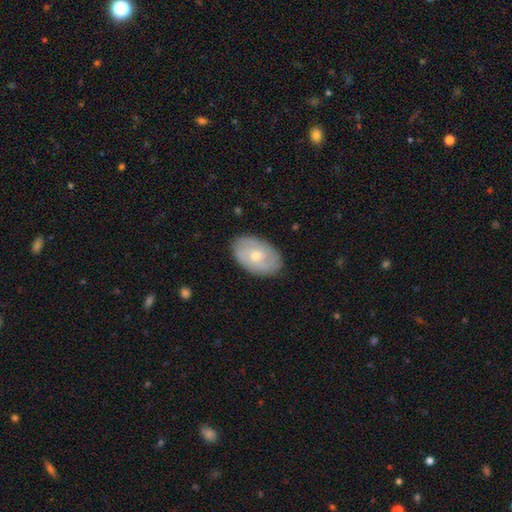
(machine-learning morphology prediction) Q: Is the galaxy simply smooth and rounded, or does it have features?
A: featured or disk — 55%.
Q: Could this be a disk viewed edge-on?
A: no — 93%.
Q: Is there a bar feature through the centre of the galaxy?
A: no — 75%.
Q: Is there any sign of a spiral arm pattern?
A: yes — 65%.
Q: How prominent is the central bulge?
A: moderate — 50%.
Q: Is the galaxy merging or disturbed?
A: none — 84%.